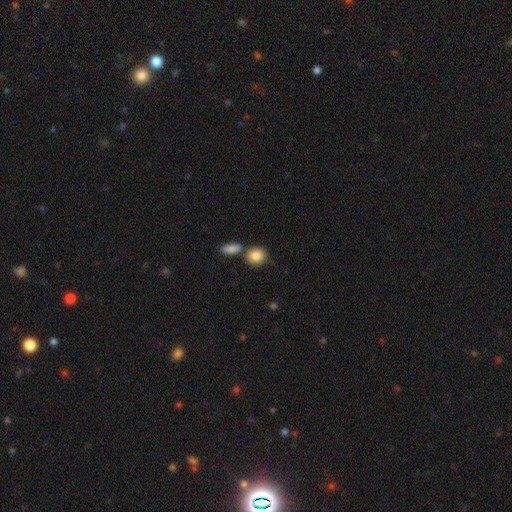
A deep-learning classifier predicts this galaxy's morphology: smooth_or_featured: smooth (p=0.86) [alt: star or artifact p=0.07]
how_rounded: round (p=0.76) [alt: in between p=0.23]
merging: none (p=0.65) [alt: merger p=0.21]